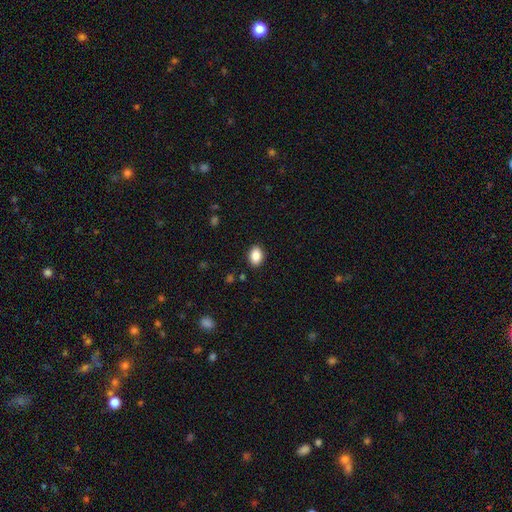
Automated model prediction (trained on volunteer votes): Smooth or featured?
  - smooth: 88% *
  - star or artifact: 8%
  - featured or disk: 4%
How rounded?
  - in between: 77% *
  - round: 22%
  - cigar-shaped: 1%
Merging?
  - none: 89% *
  - minor disturbance: 8%
  - major disturbance: 2%
  - merger: 1%